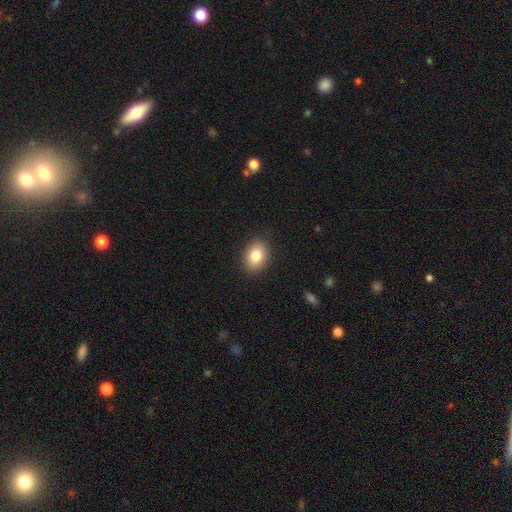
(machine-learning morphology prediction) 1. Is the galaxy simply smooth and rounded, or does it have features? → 84% smooth, 8% star or artifact, 8% featured or disk.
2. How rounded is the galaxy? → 68% in between, 31% round, 1% cigar-shaped.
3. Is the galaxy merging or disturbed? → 88% none, 9% minor disturbance, 2% major disturbance, 1% merger.